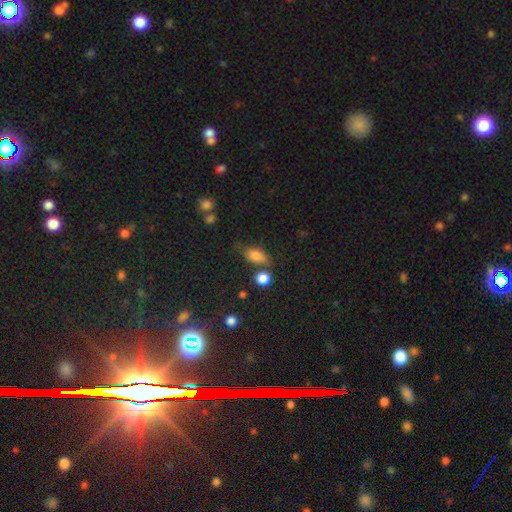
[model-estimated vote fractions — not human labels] A smooth galaxy with no disk features (79%) that is in between round and cigar-shaped (84%).

Vote fractions:
- Smooth or featured? smooth: 79% / featured or disk: 11% / star or artifact: 10%
- How rounded? in between: 84% / round: 9% / cigar-shaped: 7%
- Merging? none: 62% / minor disturbance: 20% / merger: 12% / major disturbance: 6%